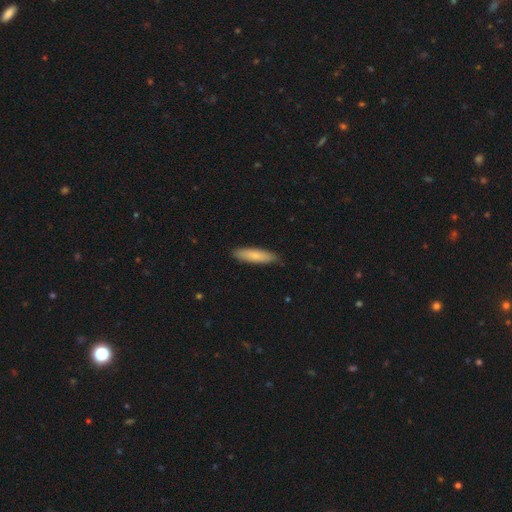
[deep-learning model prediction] Smooth or featured? Predicted: smooth (p=0.74). How rounded? Predicted: cigar-shaped (p=0.76). Merging? Predicted: none (p=0.88).